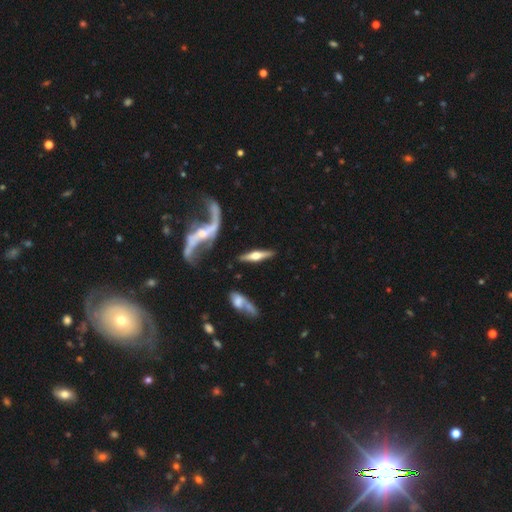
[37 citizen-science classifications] Smooth or featured? 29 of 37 (78%) said featured or disk. Edge-on disk? 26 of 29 (90%) said yes. Edge-on bulge? 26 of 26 (100%) said rounded. Merging? 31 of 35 (89%) said none.